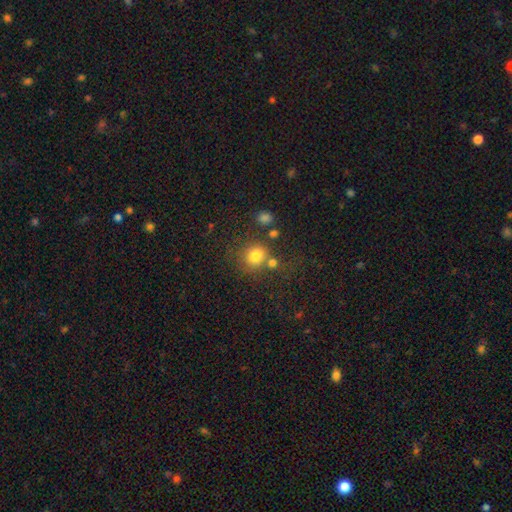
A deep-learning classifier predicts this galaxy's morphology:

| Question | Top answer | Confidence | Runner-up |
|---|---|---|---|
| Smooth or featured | smooth | 78% | star or artifact (14%) |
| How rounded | round | 80% | in between (19%) |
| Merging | none | 61% | merger (20%) |